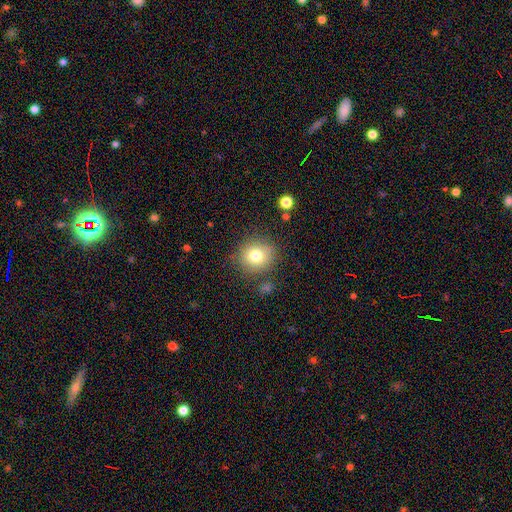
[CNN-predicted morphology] The model was most divided on "smooth or featured": smooth: 77%, star or artifact: 12%, featured or disk: 11%. More confident: how rounded — round (87%); merging — none (82%).